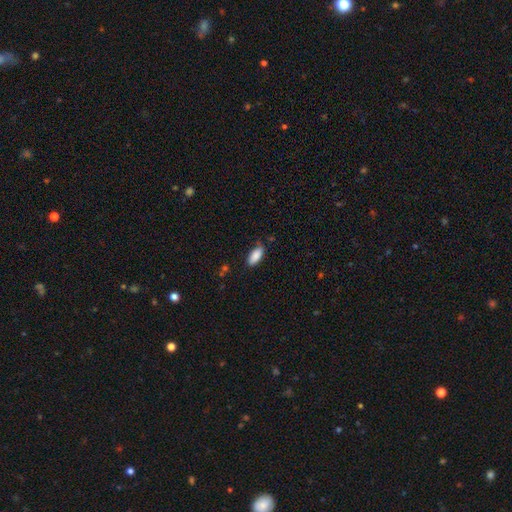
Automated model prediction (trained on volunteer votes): A smooth galaxy with no disk features (88%) that is in between round and cigar-shaped (86%).

Vote fractions:
- Smooth or featured? smooth: 88% / star or artifact: 6% / featured or disk: 5%
- How rounded? in between: 86% / cigar-shaped: 12% / round: 2%
- Merging? none: 79% / minor disturbance: 17% / major disturbance: 3% / merger: 2%